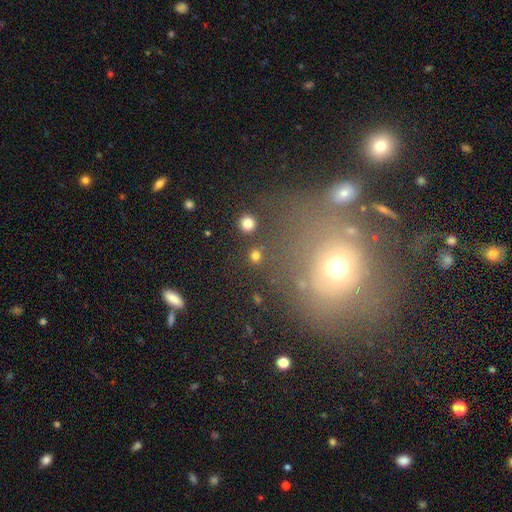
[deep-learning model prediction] smooth 79%, star or artifact 16%, featured or disk 5%. Down the decision tree: how rounded — round (92%); merging — none (88%).